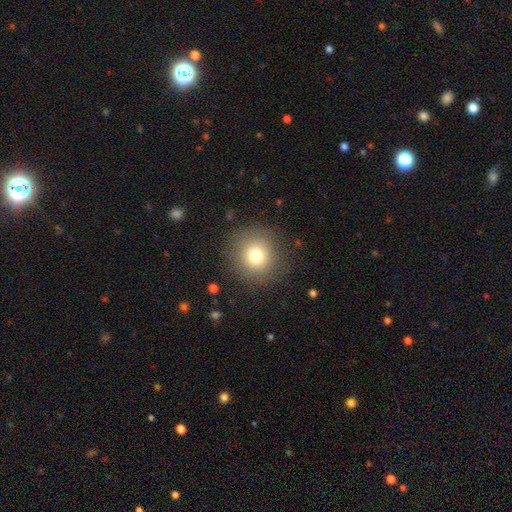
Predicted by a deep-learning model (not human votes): Q: Smooth or featured?
A: smooth (76%); runner-up: star or artifact (13%)
Q: How rounded?
A: round (93%); runner-up: in between (6%)
Q: Merging?
A: none (87%); runner-up: minor disturbance (8%)